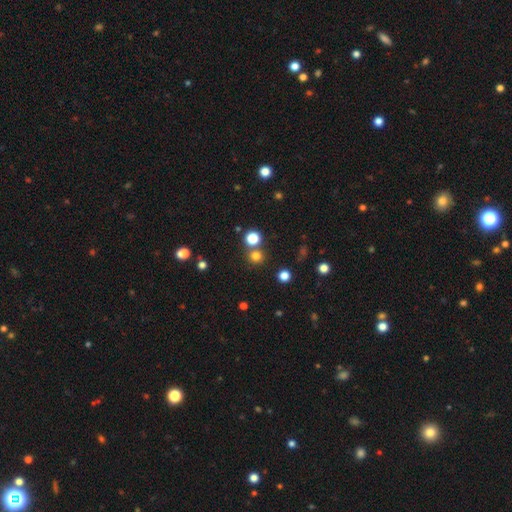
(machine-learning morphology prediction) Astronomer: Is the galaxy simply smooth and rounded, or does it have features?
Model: smooth — 74%.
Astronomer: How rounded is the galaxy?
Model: round — 91%.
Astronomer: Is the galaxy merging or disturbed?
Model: none — 73%.